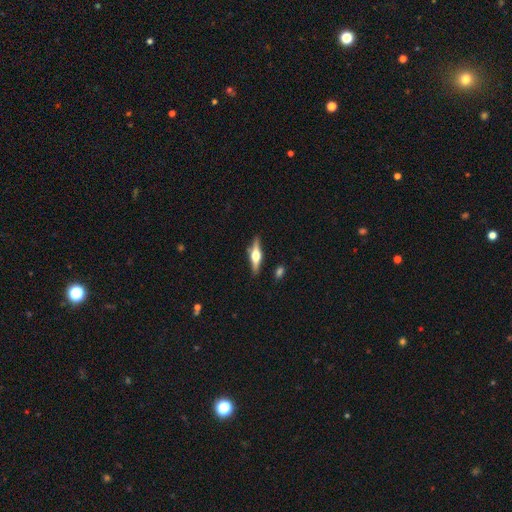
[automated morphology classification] Q: Smooth or featured?
A: featured or disk (70%); runner-up: smooth (24%)
Q: Edge-on disk?
A: yes (96%); runner-up: no (4%)
Q: Edge-on bulge?
A: rounded (93%); runner-up: boxy (5%)
Q: Merging?
A: none (86%); runner-up: minor disturbance (10%)